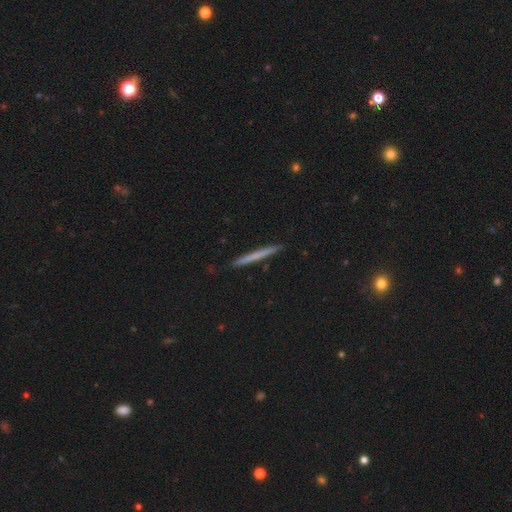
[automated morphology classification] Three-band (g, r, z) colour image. It shows a smooth galaxy with no disk features (58%) that is cigar-shaped (97%). Merging: none (92%).